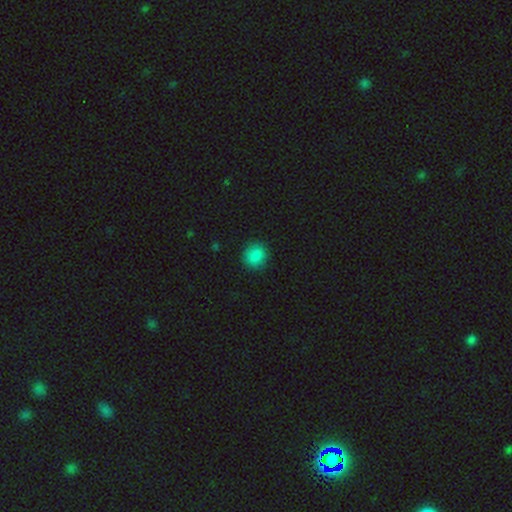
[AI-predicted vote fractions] Overall: smooth (87%). How rounded: round (78%). Merging: none (87%).